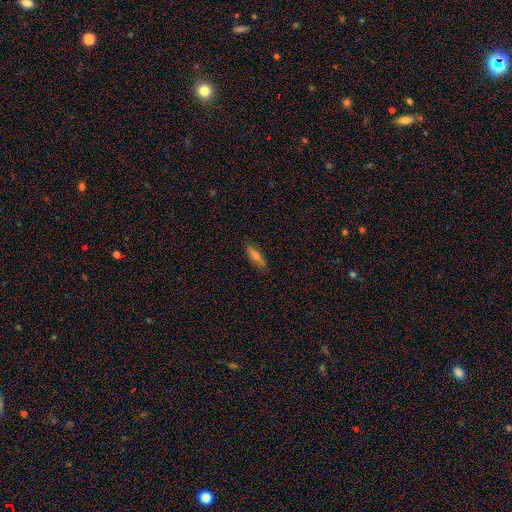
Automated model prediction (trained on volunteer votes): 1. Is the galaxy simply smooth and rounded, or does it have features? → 59% smooth, 32% featured or disk, 8% star or artifact.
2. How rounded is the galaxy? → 58% cigar-shaped, 38% in between, 3% round.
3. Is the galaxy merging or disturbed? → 86% none, 11% minor disturbance, 2% major disturbance, 1% merger.